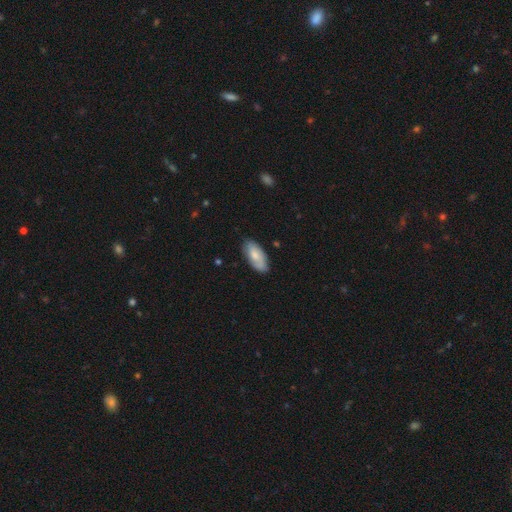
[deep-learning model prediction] Smooth or featured: smooth — 70% (featured or disk — 24%)
How rounded: in between — 90% (cigar-shaped — 8%)
Merging: none — 78% (minor disturbance — 18%)